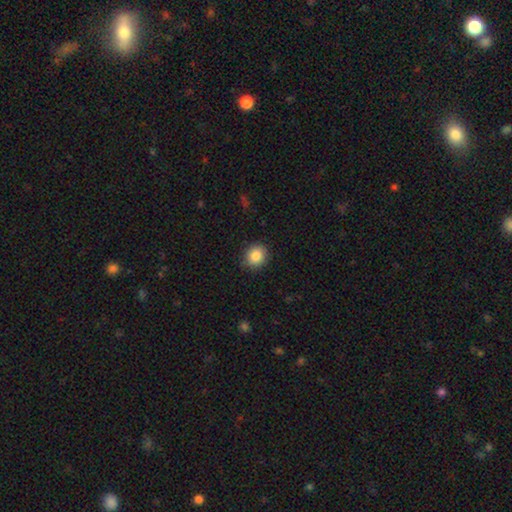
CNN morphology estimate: This appears to be a smooth galaxy with no disk features (86%) that is round (81%). Merging: none (88%).